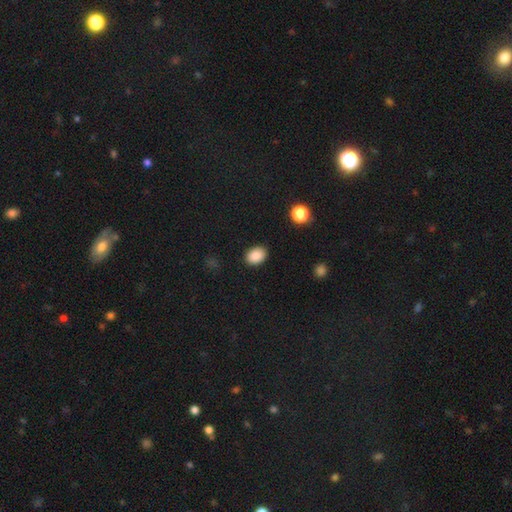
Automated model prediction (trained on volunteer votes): A smooth galaxy with no disk features (88%) that is in between round and cigar-shaped (73%). Merging: none (88%).